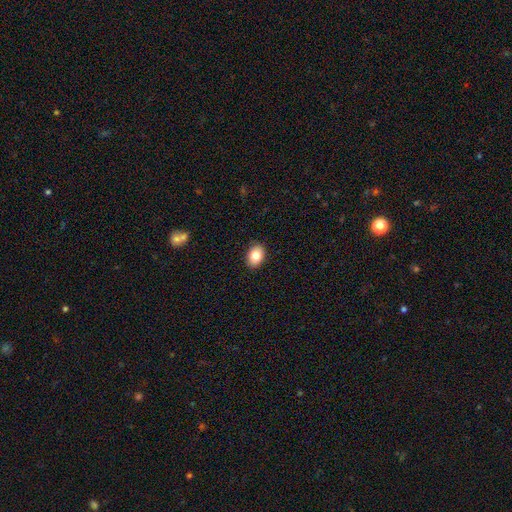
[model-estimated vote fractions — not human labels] Smooth or featured: smooth — 83% (featured or disk — 9%)
How rounded: in between — 78% (round — 21%)
Merging: none — 89% (minor disturbance — 8%)